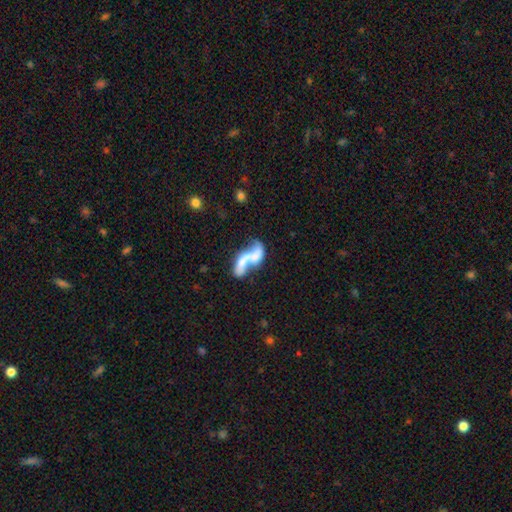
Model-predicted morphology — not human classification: featured or disk 50%, smooth 41%, star or artifact 8%. Down the decision tree: edge-on disk — no (93%); merging — merger (63%).